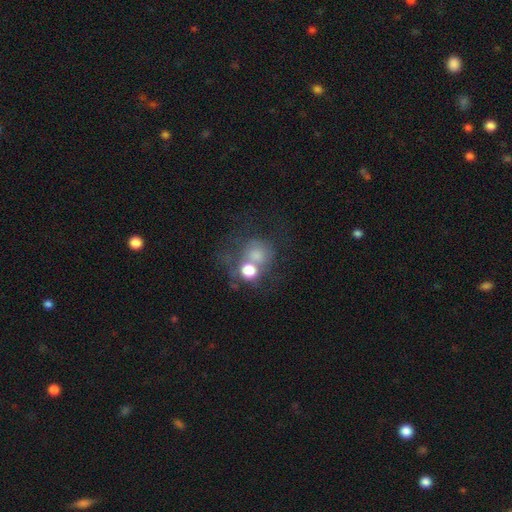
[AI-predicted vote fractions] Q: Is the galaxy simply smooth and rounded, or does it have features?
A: smooth — 52%.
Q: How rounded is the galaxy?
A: round — 74%.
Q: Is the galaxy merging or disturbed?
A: merger — 42%.